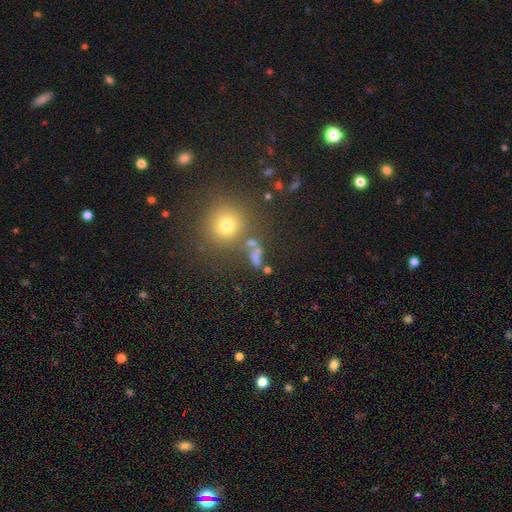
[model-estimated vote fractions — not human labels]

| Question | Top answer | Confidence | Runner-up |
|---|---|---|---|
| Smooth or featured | smooth | 61% | star or artifact (25%) |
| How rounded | in between | 46% | round (37%) |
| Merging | none | 54% | merger (22%) |